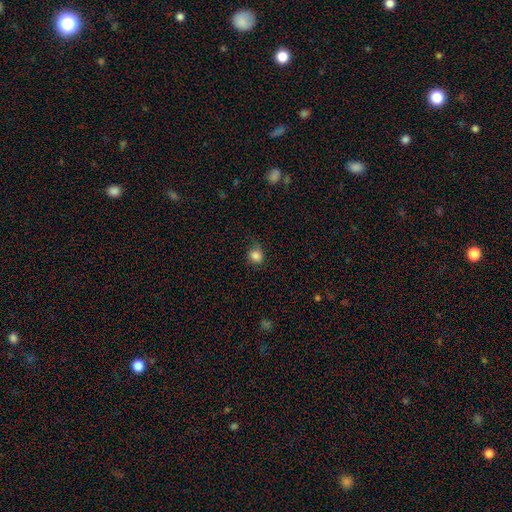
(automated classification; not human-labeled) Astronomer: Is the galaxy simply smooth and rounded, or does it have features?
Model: smooth — 84%.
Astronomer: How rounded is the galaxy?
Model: round — 76%.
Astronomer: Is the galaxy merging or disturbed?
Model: none — 71%.